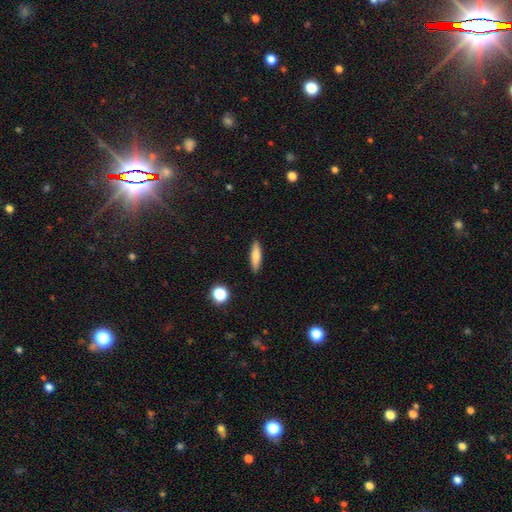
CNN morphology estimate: A smooth galaxy with no disk features (77%) that is cigar-shaped (69%). Merging: none (89%).